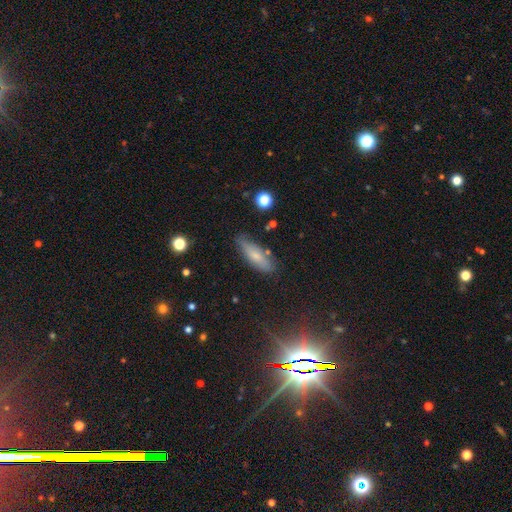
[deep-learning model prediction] A smooth galaxy with no disk features (65%) that is cigar-shaped (50%).

Vote fractions:
- Smooth or featured? smooth: 65% / featured or disk: 25% / star or artifact: 10%
- How rounded? cigar-shaped: 50% / in between: 47% / round: 3%
- Merging? none: 77% / minor disturbance: 17% / major disturbance: 3% / merger: 3%